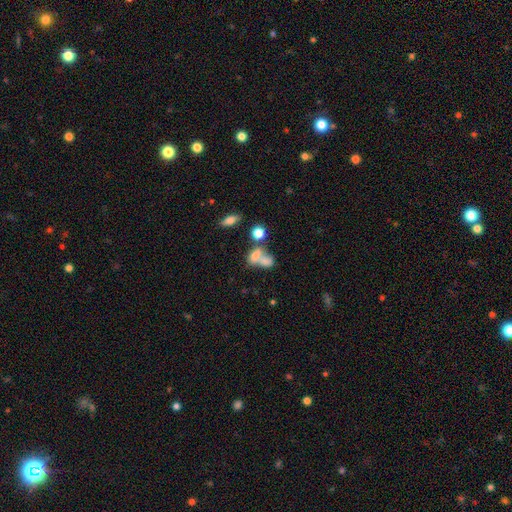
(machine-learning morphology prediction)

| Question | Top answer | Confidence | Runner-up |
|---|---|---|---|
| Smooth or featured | smooth | 67% | featured or disk (20%) |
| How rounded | in between | 67% | round (28%) |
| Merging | merger | 59% | none (24%) |